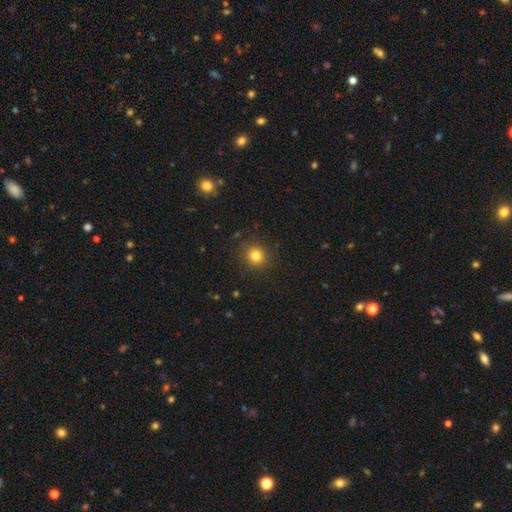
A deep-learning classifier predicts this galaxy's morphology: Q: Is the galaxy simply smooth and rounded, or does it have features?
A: smooth — 81%.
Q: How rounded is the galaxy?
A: round — 89%.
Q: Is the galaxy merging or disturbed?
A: none — 89%.